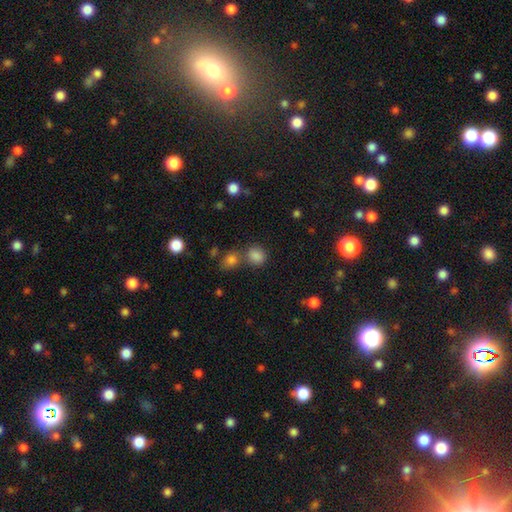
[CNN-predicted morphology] This is clearly a smooth galaxy (81%). How rounded: likely round (69%). Merging: likely none (64%).